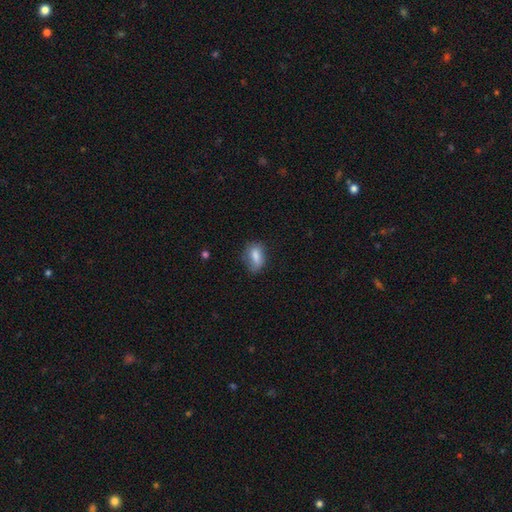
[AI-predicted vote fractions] This appears to be a smooth galaxy with no disk features (80%) that is in between round and cigar-shaped (83%). Merging: none (62%).